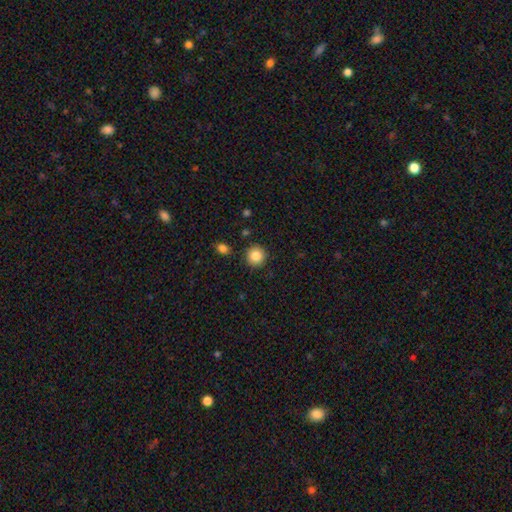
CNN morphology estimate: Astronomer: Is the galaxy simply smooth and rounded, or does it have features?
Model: smooth — 86%.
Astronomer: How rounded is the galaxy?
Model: round — 93%.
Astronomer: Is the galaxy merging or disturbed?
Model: none — 90%.